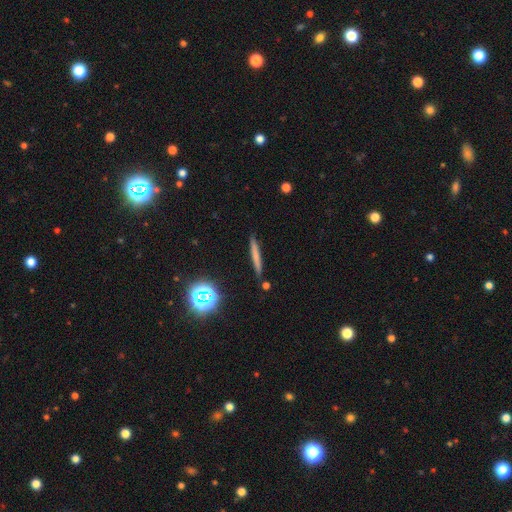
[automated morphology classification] This is possibly a smooth galaxy (60%). How rounded: clearly cigar-shaped (94%). Merging: clearly none (88%).